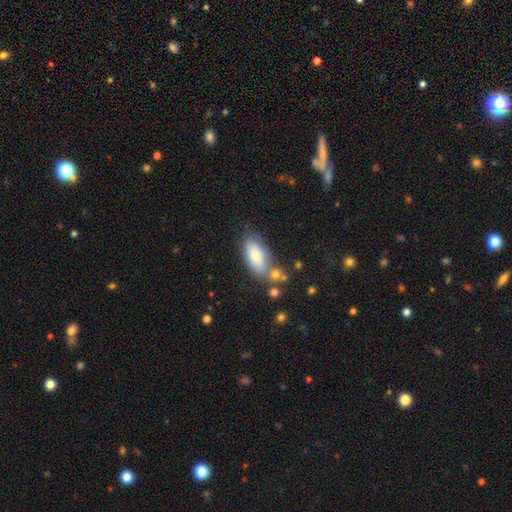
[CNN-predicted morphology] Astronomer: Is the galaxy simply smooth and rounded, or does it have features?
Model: smooth — 79%.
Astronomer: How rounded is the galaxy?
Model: in between — 89%.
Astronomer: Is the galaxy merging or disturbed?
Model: none — 62%.